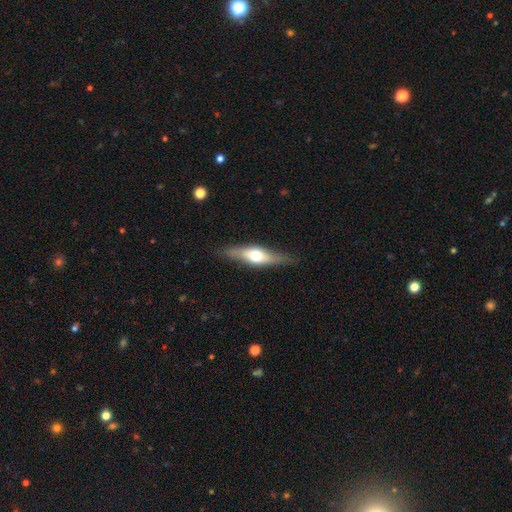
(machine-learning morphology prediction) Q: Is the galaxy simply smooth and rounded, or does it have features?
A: featured or disk — 55%.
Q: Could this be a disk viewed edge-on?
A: yes — 87%.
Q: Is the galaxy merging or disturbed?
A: none — 83%.